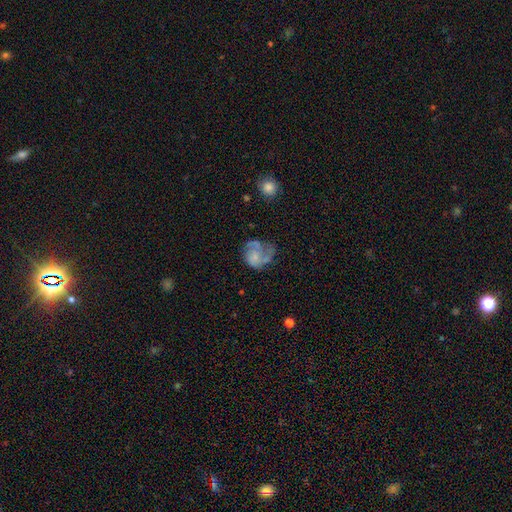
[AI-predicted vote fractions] Overall: featured or disk (58%; smooth 33%). Edge-on disk: no (98%). Bar: no (78%). Spiral arms: yes (74%). Bulge size: small (40%; none 36%). Merging: none (37%; major disturbance 34%).